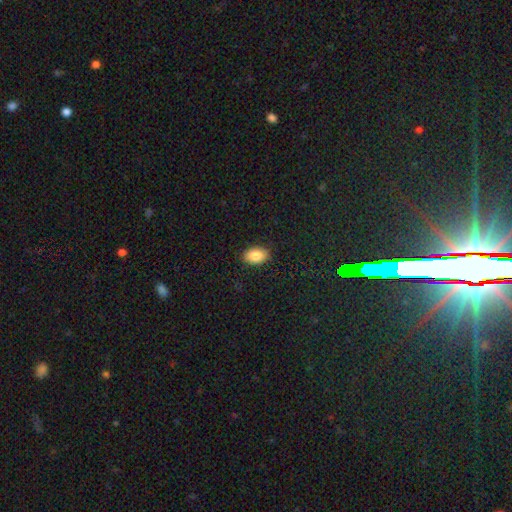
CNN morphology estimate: A smooth galaxy with no disk features (85%) that is in between round and cigar-shaped (88%). Merging: none (88%).